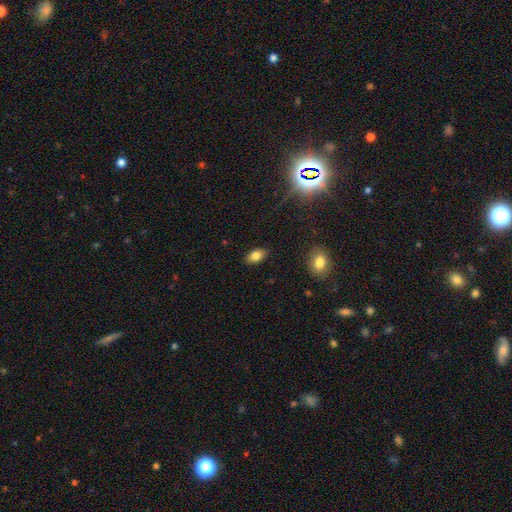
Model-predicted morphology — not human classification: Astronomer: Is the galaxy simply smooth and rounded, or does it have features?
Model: smooth — 80%.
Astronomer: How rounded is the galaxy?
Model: in between — 89%.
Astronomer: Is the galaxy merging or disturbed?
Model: none — 88%.